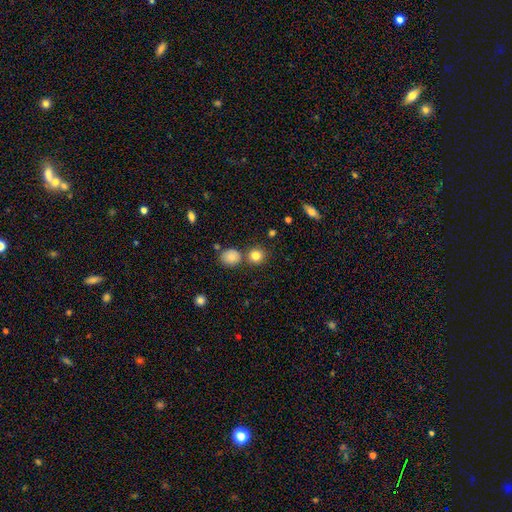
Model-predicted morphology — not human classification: A smooth galaxy with no disk features (82%) that is round (88%).

Vote fractions:
- Smooth or featured? smooth: 82% / star or artifact: 12% / featured or disk: 6%
- How rounded? round: 88% / in between: 11% / cigar-shaped: 1%
- Merging? none: 73% / merger: 16% / minor disturbance: 8% / major disturbance: 3%